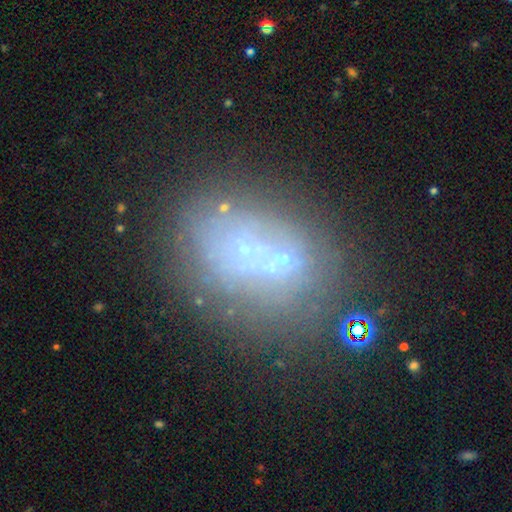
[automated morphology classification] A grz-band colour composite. It shows a featured or disk galaxy (45%). Merging: none (49%).